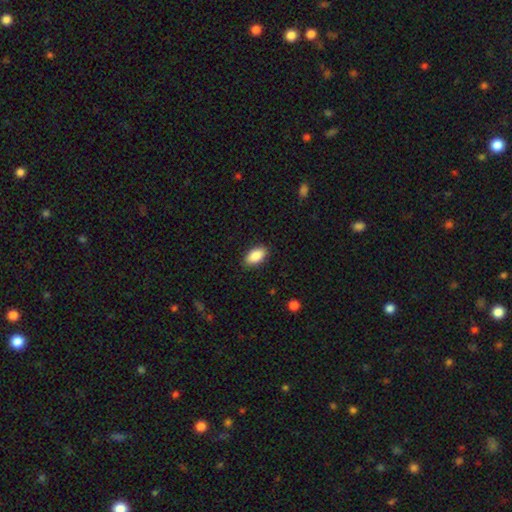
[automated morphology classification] Smooth or featured? Predicted: smooth (p=0.87). How rounded? Predicted: in between (p=0.92). Merging? Predicted: none (p=0.88).